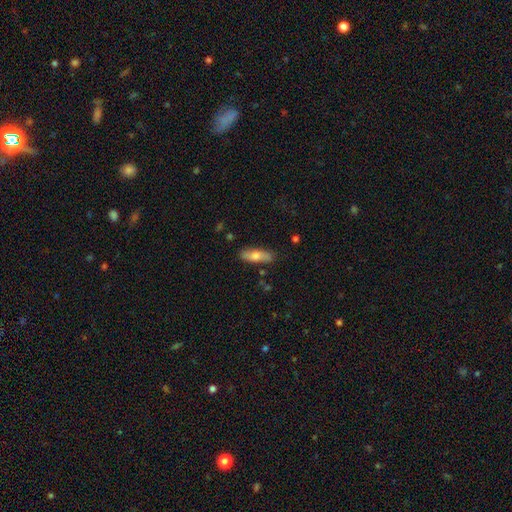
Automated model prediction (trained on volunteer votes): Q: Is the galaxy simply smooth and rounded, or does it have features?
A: smooth — 68%.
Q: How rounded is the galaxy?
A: in between — 52%.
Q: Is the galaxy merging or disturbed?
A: none — 81%.